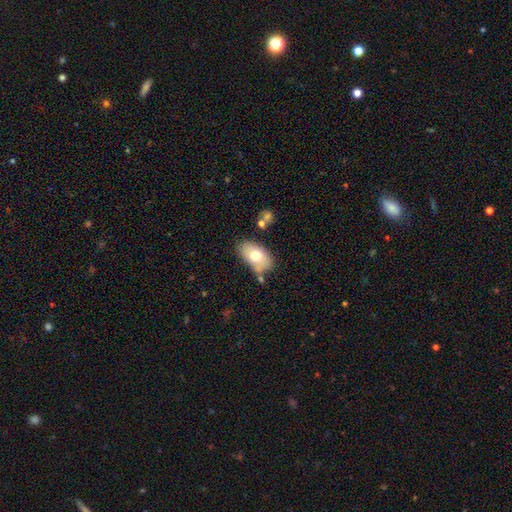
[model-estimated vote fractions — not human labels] A smooth galaxy with no disk features (70%) that is in between round and cigar-shaped (91%).

Vote fractions:
- Smooth or featured? smooth: 70% / featured or disk: 23% / star or artifact: 8%
- How rounded? in between: 91% / round: 8% / cigar-shaped: 1%
- Merging? none: 65% / minor disturbance: 21% / merger: 9% / major disturbance: 5%